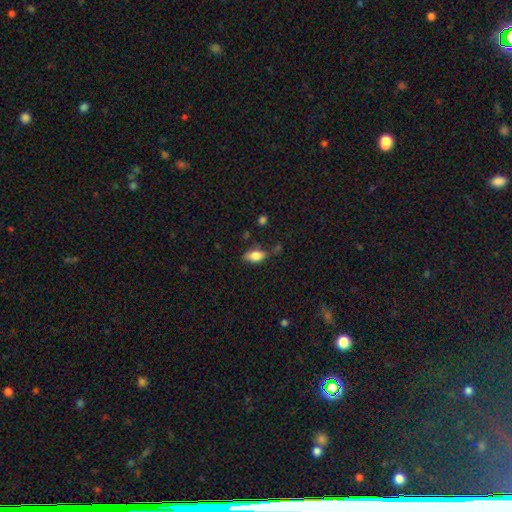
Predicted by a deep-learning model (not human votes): This is likely a smooth galaxy (77%). How rounded: clearly in between (87%). Merging: likely none (69%).